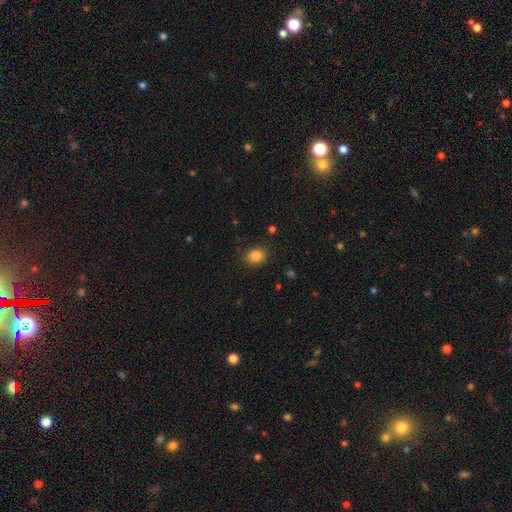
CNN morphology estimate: Smooth or featured? Predicted: smooth (p=0.84). How rounded? Predicted: round (p=0.61). Merging? Predicted: none (p=0.86).